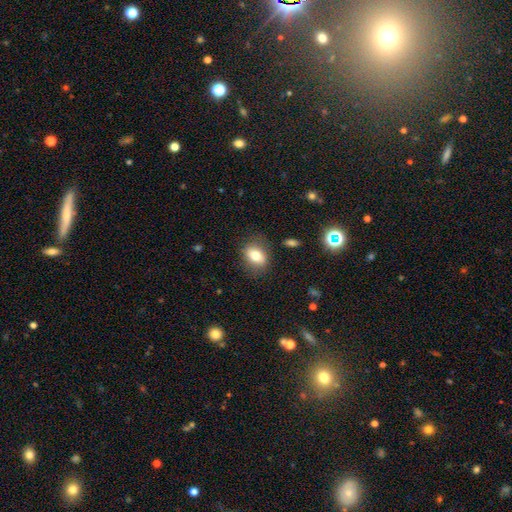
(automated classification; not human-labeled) Morphology: type=smooth (73%); roundness=in between (71%); merging=none (79%).